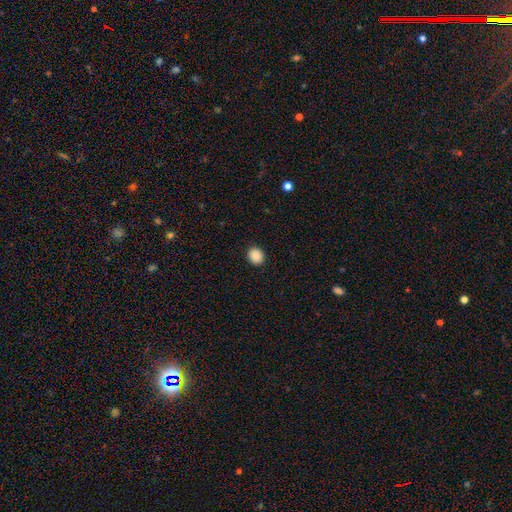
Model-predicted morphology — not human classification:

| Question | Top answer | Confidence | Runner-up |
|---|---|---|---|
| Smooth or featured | smooth | 89% | star or artifact (9%) |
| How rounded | round | 74% | in between (26%) |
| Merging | none | 92% | minor disturbance (5%) |